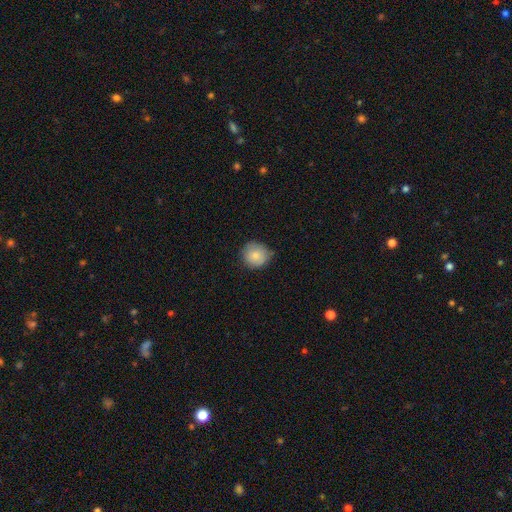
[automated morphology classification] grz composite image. It shows a smooth galaxy with no disk features (84%) that is round (90%). Merging: none (77%).